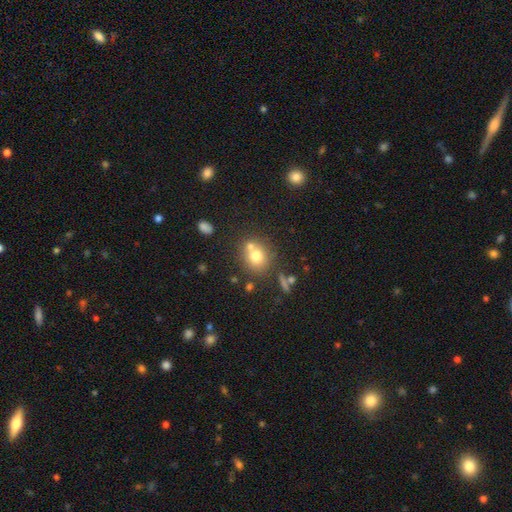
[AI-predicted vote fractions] Smooth or featured? Predicted: smooth (p=0.72). How rounded? Predicted: round (p=0.73). Merging? Predicted: none (p=0.55).